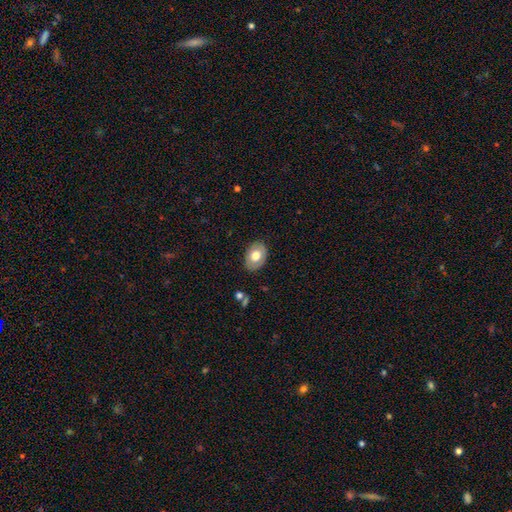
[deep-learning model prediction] Smooth or featured? Predicted: smooth (p=0.64). How rounded? Predicted: in between (p=0.77). Merging? Predicted: none (p=0.85).